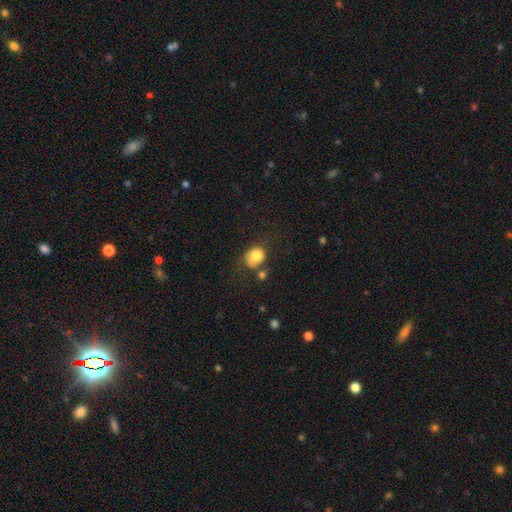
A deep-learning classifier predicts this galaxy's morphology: smooth_or_featured: smooth (p=0.80) [alt: featured or disk p=0.11]
how_rounded: round (p=0.60) [alt: in between p=0.39]
merging: none (p=0.52) [alt: minor disturbance p=0.24]